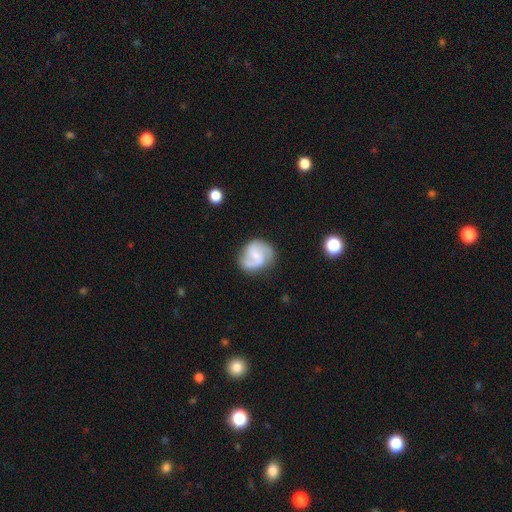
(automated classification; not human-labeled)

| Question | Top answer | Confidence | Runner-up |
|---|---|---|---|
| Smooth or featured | featured or disk | 77% | smooth (17%) |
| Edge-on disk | no | 98% | yes (2%) |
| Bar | weak | 51% | no (35%) |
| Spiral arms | yes | 95% | no (5%) |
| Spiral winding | medium | 52% | loose (27%) |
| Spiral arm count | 2 | 86% | can't tell (5%) |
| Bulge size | small | 51% | moderate (24%) |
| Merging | none | 73% | minor disturbance (18%) |